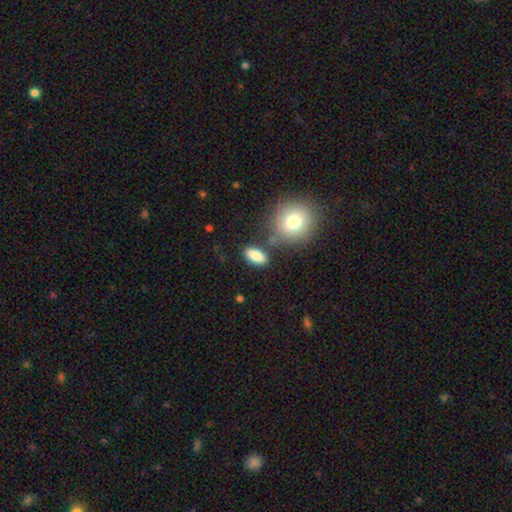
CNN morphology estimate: This is clearly a smooth galaxy (85%). How rounded: clearly in between (87%). Merging: likely none (73%).